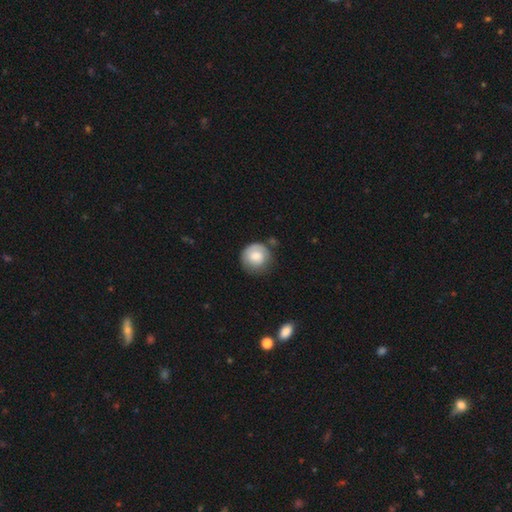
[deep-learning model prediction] smooth-or-featured: smooth: 73% | featured or disk: 21% | star or artifact: 6%
  how-rounded: round: 89% | in between: 10% | cigar-shaped: 1%
  merging: none: 68% | minor disturbance: 21% | major disturbance: 7% | merger: 3%